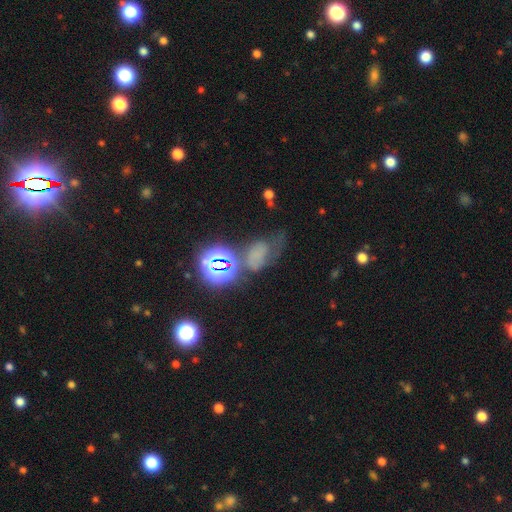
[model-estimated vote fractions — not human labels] Smooth or featured? smooth (40%)
Merging? none (35%)